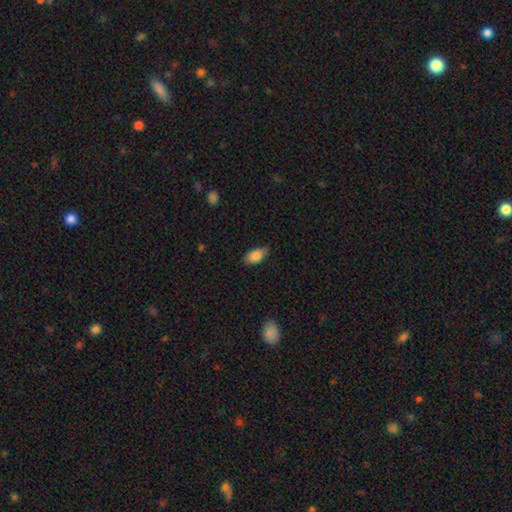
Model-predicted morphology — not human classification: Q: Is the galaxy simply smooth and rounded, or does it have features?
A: smooth — 84%.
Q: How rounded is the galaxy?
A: in between — 88%.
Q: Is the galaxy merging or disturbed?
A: none — 80%.